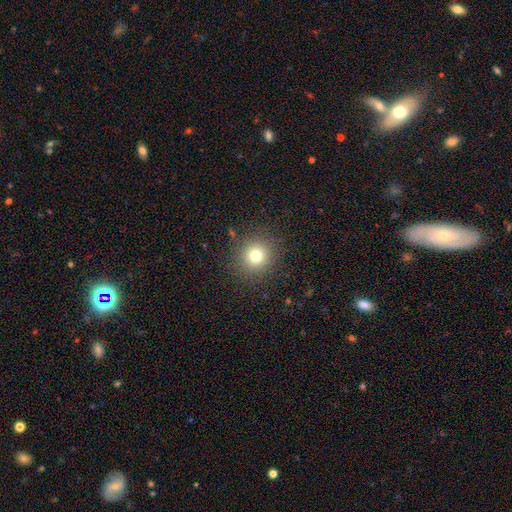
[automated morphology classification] This is likely a smooth galaxy (76%). How rounded: clearly round (91%). Merging: clearly none (88%).